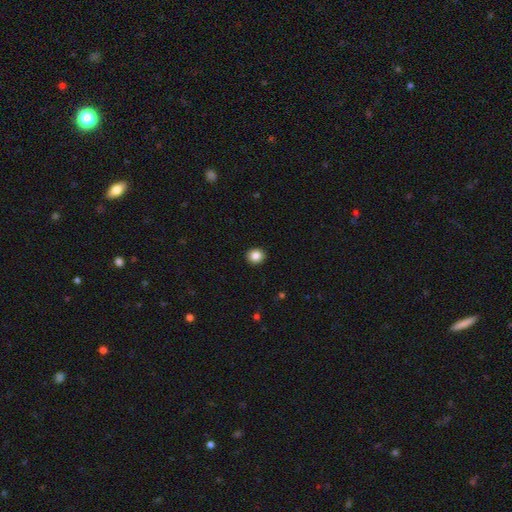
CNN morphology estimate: This appears to be a smooth galaxy with no disk features (85%) that is round (83%). Merging: none (93%).